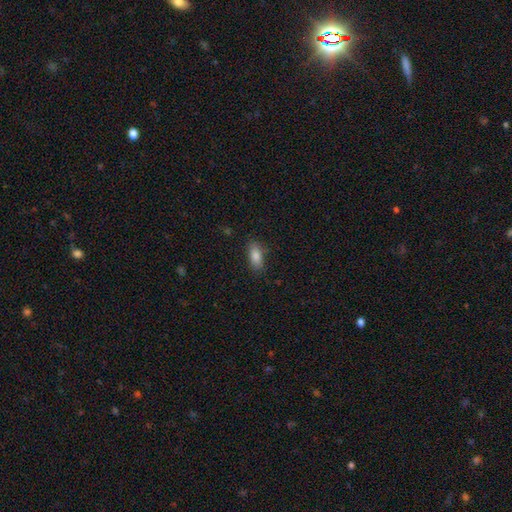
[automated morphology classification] A smooth galaxy with no disk features (85%) that is in between round and cigar-shaped (85%).

Vote fractions:
- Smooth or featured? smooth: 85% / star or artifact: 8% / featured or disk: 7%
- How rounded? in between: 85% / cigar-shaped: 12% / round: 3%
- Merging? none: 83% / minor disturbance: 12% / major disturbance: 3% / merger: 1%